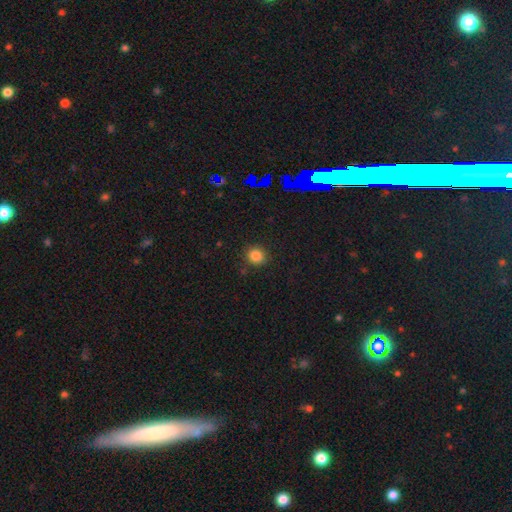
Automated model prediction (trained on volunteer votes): The model was most divided on "smooth or featured": smooth: 82%, star or artifact: 14%, featured or disk: 4%. More confident: merging — none (87%); how rounded — round (85%).